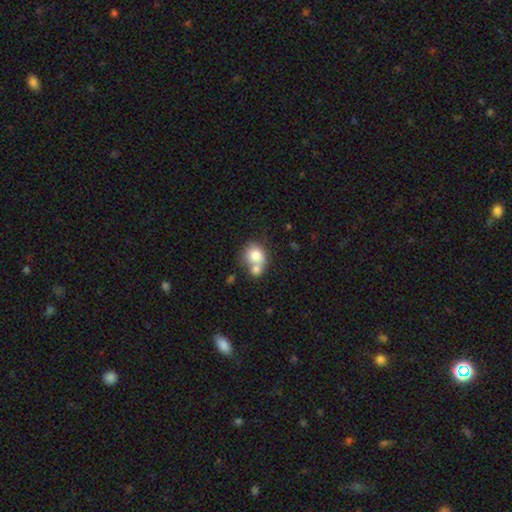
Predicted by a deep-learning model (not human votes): A smooth galaxy with no disk features (76%) that is round (71%). Merging: merger (54%).